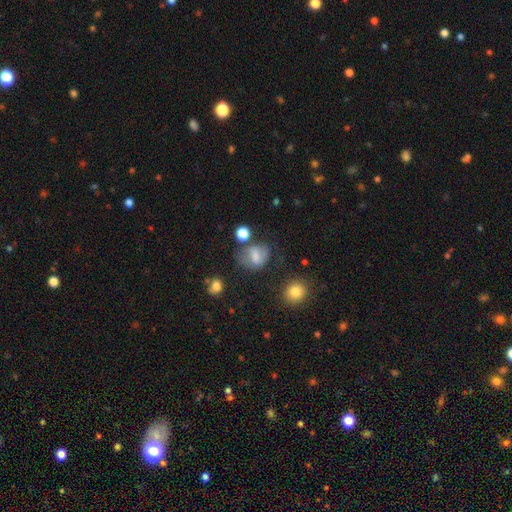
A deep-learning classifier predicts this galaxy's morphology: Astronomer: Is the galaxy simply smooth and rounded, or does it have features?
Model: smooth — 58%.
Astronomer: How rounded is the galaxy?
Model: in between — 56% (runner-up: round, 42%).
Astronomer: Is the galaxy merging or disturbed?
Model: none — 52%.